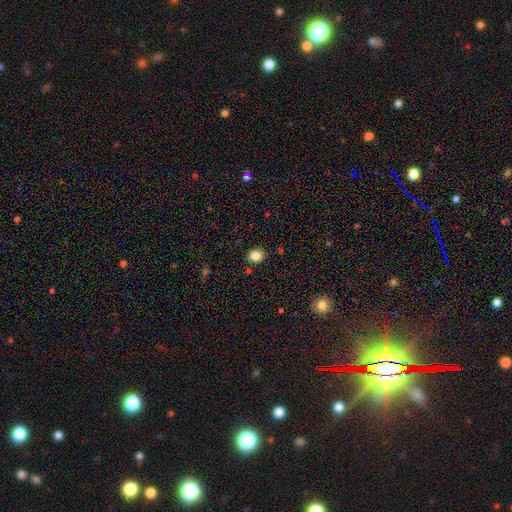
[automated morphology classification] Smooth or featured? Predicted: smooth (p=0.84). How rounded? Predicted: round (p=0.62). Merging? Predicted: none (p=0.86).